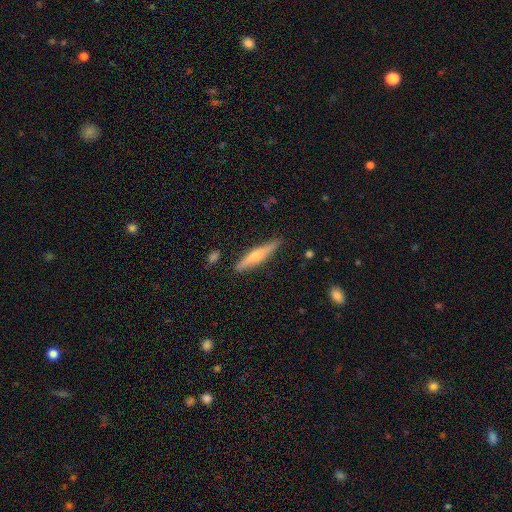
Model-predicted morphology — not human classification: Smooth or featured? featured or disk (57%)
Edge-on disk? yes (95%)
Edge-on bulge? rounded (86%)
Merging? none (87%)